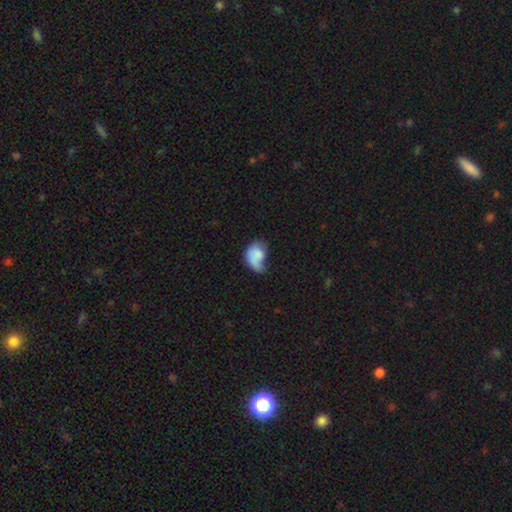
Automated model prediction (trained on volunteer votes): smooth_or_featured: smooth (p=0.71) [alt: featured or disk p=0.22]
how_rounded: in between (p=0.77) [alt: round p=0.22]
merging: major disturbance (p=0.37) [alt: minor disturbance p=0.31]